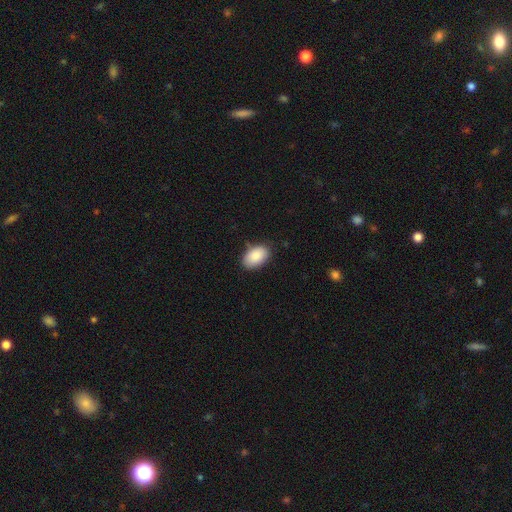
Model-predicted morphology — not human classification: smooth_or_featured: smooth (p=0.88) [alt: star or artifact p=0.07]
how_rounded: in between (p=0.92) [alt: round p=0.07]
merging: none (p=0.81) [alt: minor disturbance p=0.15]